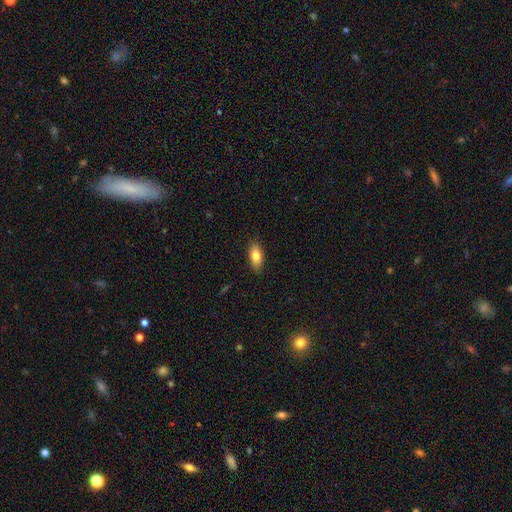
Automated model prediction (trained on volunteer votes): Smooth or featured? smooth (81%)
How rounded? in between (84%)
Merging? none (88%)